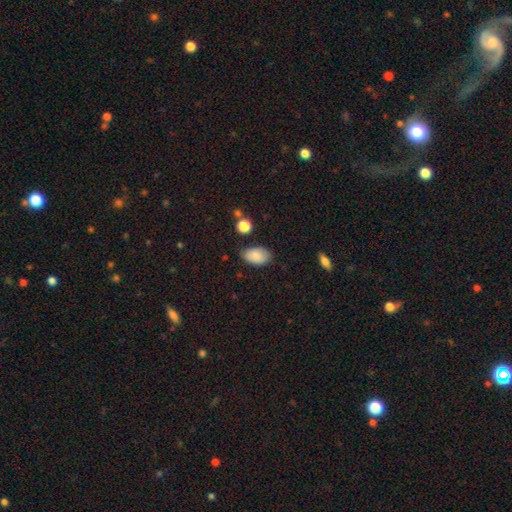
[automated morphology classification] A smooth galaxy with no disk features (85%) that is in between round and cigar-shaped (92%). Merging: none (76%).